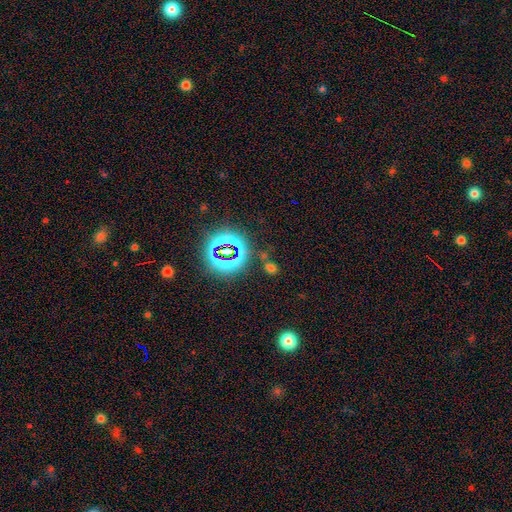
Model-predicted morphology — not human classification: This appears to be a star or artifact, not a galaxy (77%).